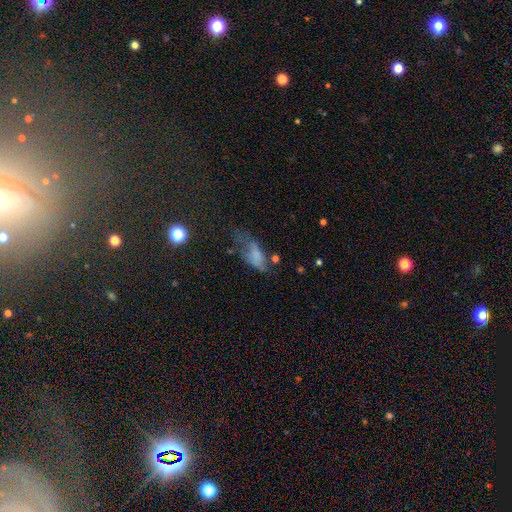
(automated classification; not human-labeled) Smooth or featured? Predicted: smooth (p=0.62). How rounded? Predicted: in between (p=0.82). Merging? Predicted: major disturbance (p=0.44).